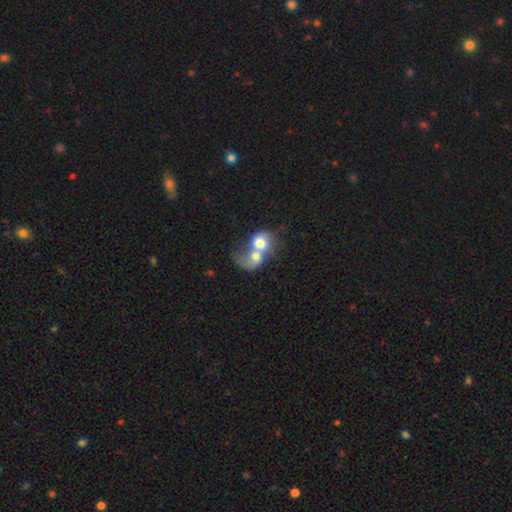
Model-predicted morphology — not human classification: type=smooth (50%); roundness=round (58%); merging=merger (83%).